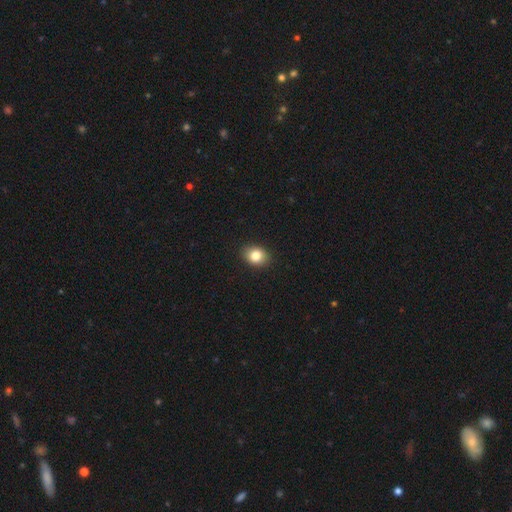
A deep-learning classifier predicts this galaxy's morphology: Overall: smooth (82%). How rounded: in between (58%; round 41%). Merging: none (90%).